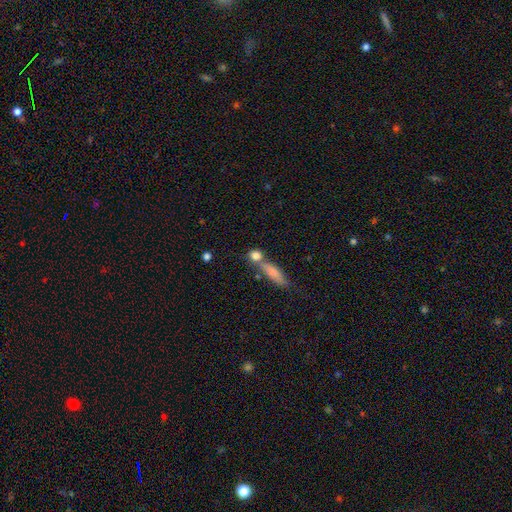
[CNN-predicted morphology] Smooth or featured? Predicted: smooth (p=0.79). How rounded? Predicted: round (p=0.63). Merging? Predicted: none (p=0.55).